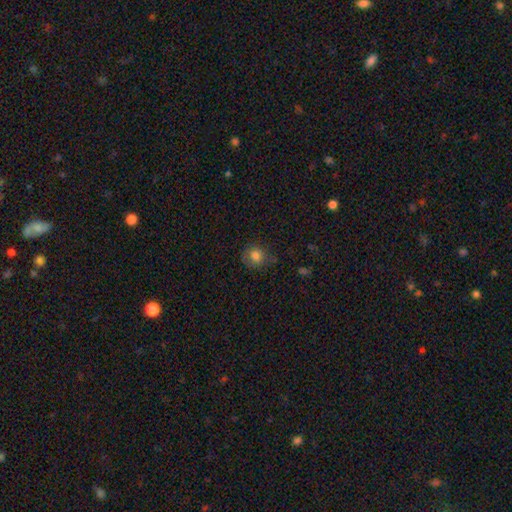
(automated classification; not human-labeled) Overall: smooth (80%). How rounded: round (83%). Merging: none (73%).